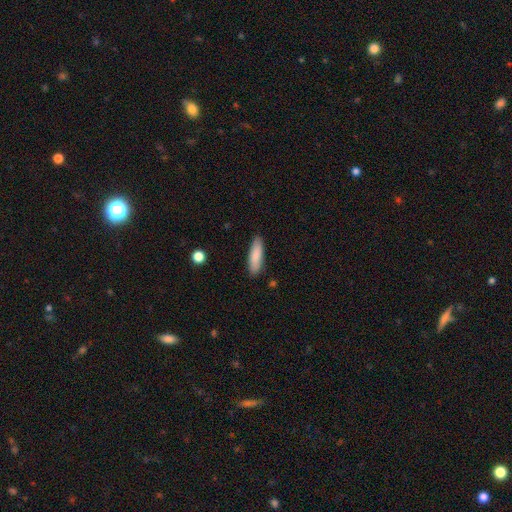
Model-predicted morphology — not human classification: Smooth or featured? smooth (85%)
How rounded? cigar-shaped (57%)
Merging? none (88%)